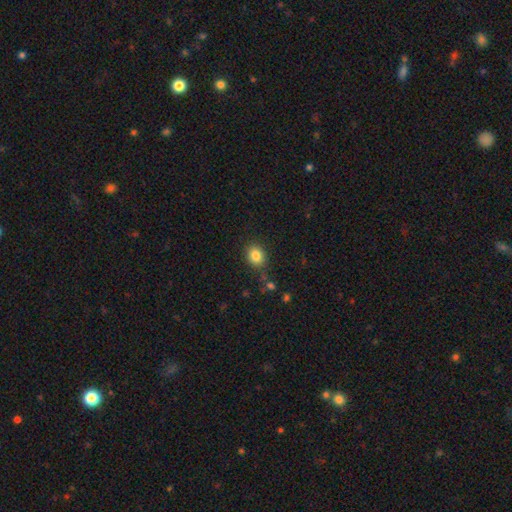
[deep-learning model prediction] smooth-or-featured: smooth: 84% | star or artifact: 10% | featured or disk: 5%
  how-rounded: round: 62% | in between: 37% | cigar-shaped: 1%
  merging: none: 81% | minor disturbance: 13% | major disturbance: 4% | merger: 3%